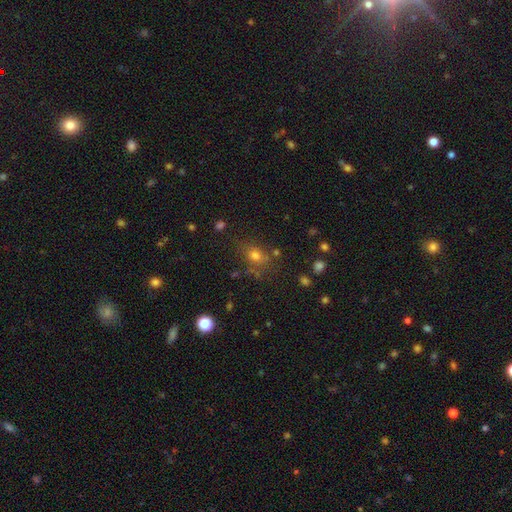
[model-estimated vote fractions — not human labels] Smooth or featured: smooth — 71% (star or artifact — 19%)
How rounded: in between — 53% (round — 46%)
Merging: none — 71% (minor disturbance — 16%)